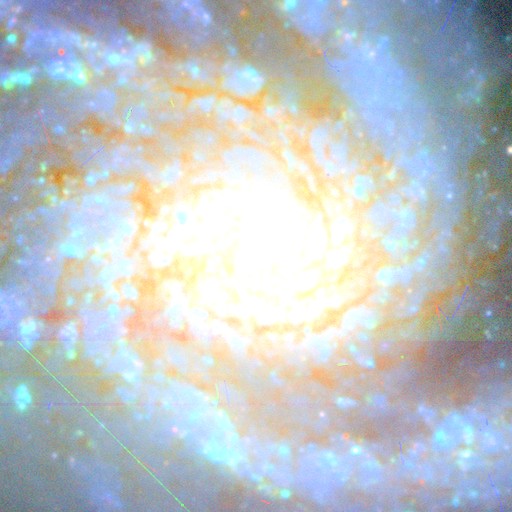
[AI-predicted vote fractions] The model was most divided on "bulge size": moderate: 41%, small: 36%, large: 14%, none: 5%, dominant: 4%. Remaining: edge-on disk — no (92%); spiral arms — yes (88%); smooth or featured — featured or disk (74%); bar — no (70%); merging — none (69%); spiral winding — tight (61%); spiral arm count — can't tell (30%).